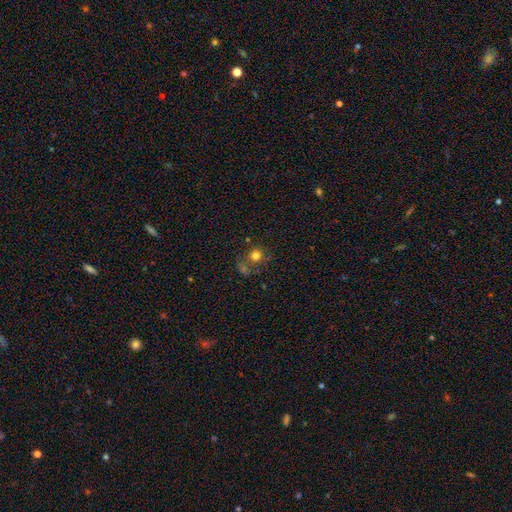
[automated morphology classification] Smooth or featured? smooth (74%)
How rounded? round (87%)
Merging? none (61%)